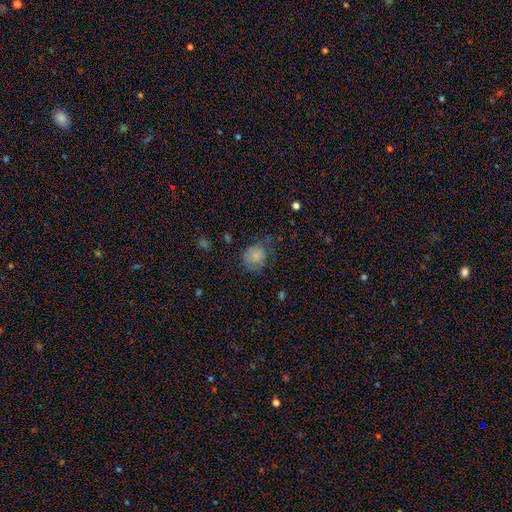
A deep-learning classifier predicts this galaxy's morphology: A smooth galaxy with no disk features (77%) that is round (74%).

Vote fractions:
- Smooth or featured? smooth: 77% / featured or disk: 14% / star or artifact: 9%
- How rounded? round: 74% / in between: 25% / cigar-shaped: 1%
- Merging? none: 52% / minor disturbance: 29% / major disturbance: 17% / merger: 2%